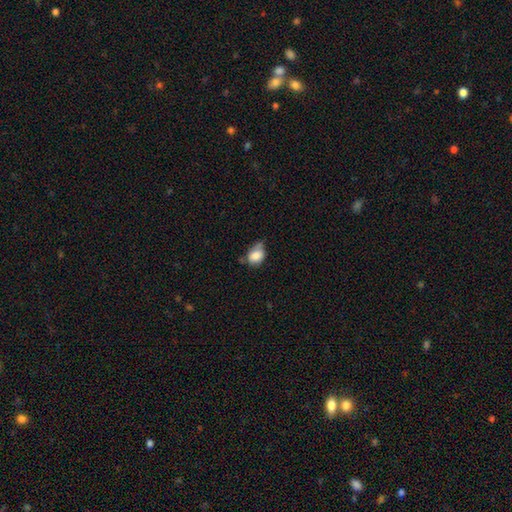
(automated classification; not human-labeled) smooth 78%, featured or disk 14%, star or artifact 8%. Down the decision tree: how rounded — in between (69%); merging — minor disturbance (43%).